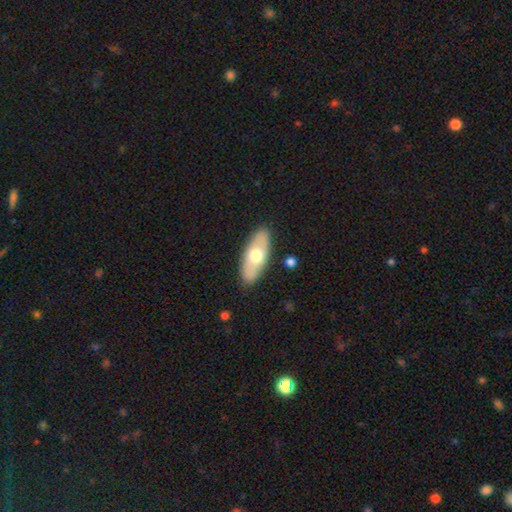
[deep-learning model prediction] A smooth galaxy with no disk features (60%) that is in between round and cigar-shaped (80%).

Vote fractions:
- Smooth or featured? smooth: 60% / featured or disk: 35% / star or artifact: 5%
- How rounded? in between: 80% / cigar-shaped: 17% / round: 3%
- Merging? none: 87% / minor disturbance: 9% / major disturbance: 2% / merger: 2%